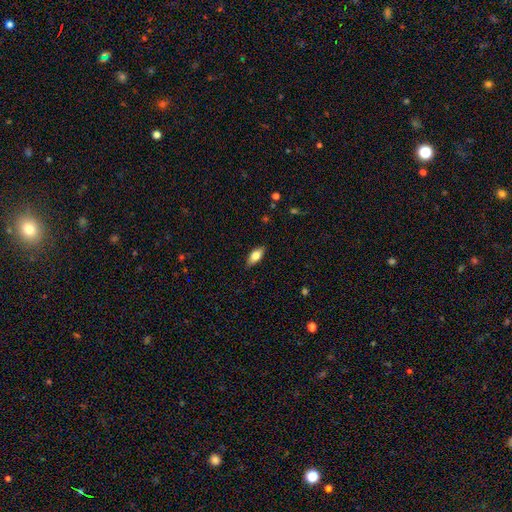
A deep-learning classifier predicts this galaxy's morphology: Overall: smooth (77%). How rounded: in between (85%). Merging: none (87%).